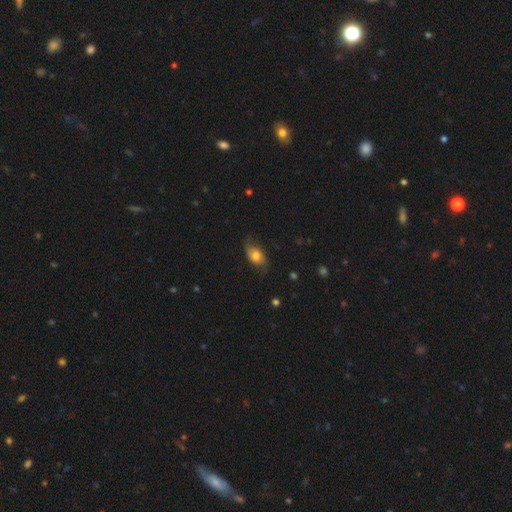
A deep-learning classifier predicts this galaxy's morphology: smooth_or_featured: smooth (p=0.65) [alt: featured or disk p=0.27]
how_rounded: in between (p=0.86) [alt: round p=0.11]
merging: none (p=0.66) [alt: minor disturbance p=0.25]